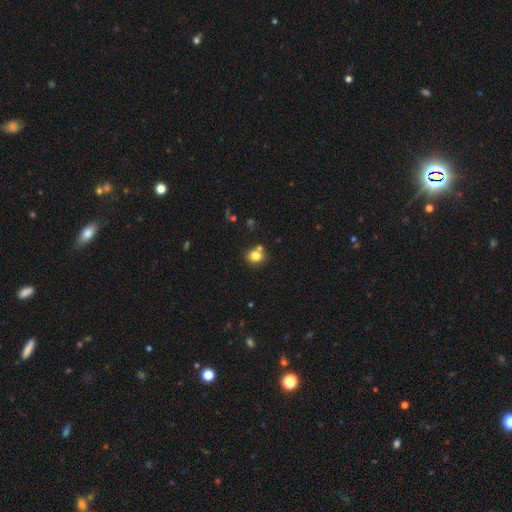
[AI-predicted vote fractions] Morphology: type=smooth (79%); roundness=round (68%); merging=none (67%).